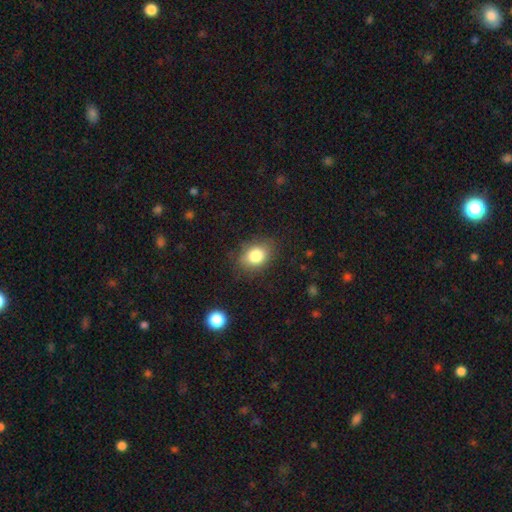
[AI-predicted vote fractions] A smooth galaxy with no disk features (81%) that is in between round and cigar-shaped (66%). Merging: none (81%).